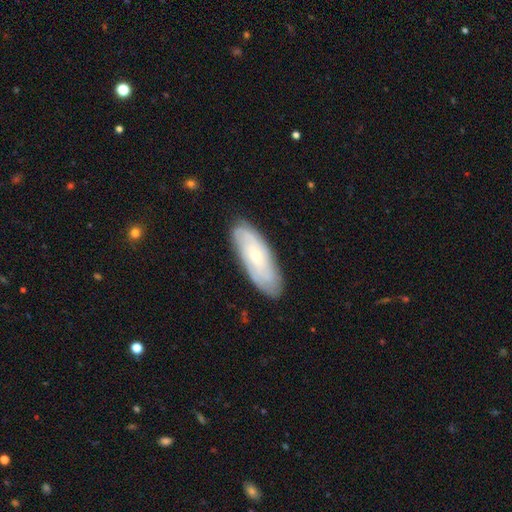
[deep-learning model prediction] Overall: featured or disk (63%; smooth 30%). Edge-on disk: no (82%). Bar: no (76%). Spiral arms: yes (81%). Bulge size: small (65%; moderate 32%). Merging: none (85%).